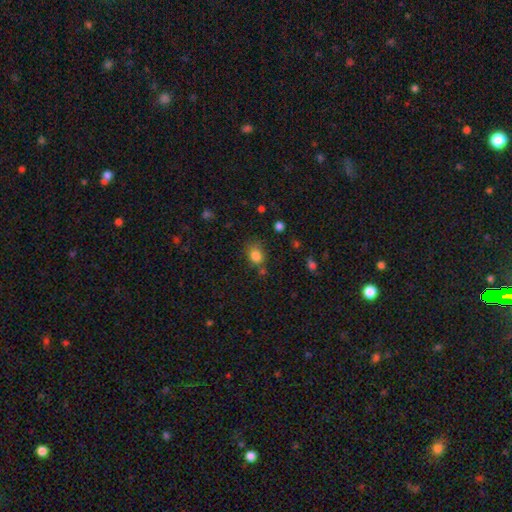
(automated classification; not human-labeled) The model was most divided on "how rounded": in between: 54%, round: 45%, cigar-shaped: 1%. More confident: smooth or featured — smooth (82%); merging — none (61%).